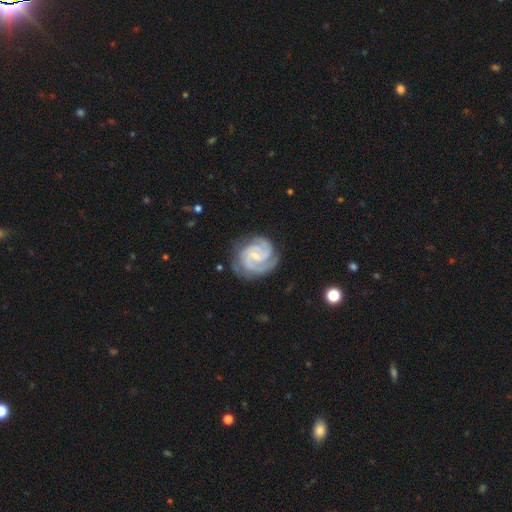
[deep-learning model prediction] featured or disk 92%, smooth 4%, star or artifact 4%. Down the decision tree: edge-on disk — no (98%); bar — weak (45%); spiral arms — yes (99%); spiral arm count — 3 (46%); spiral winding — tight (64%); bulge size — small (70%); merging — none (77%).